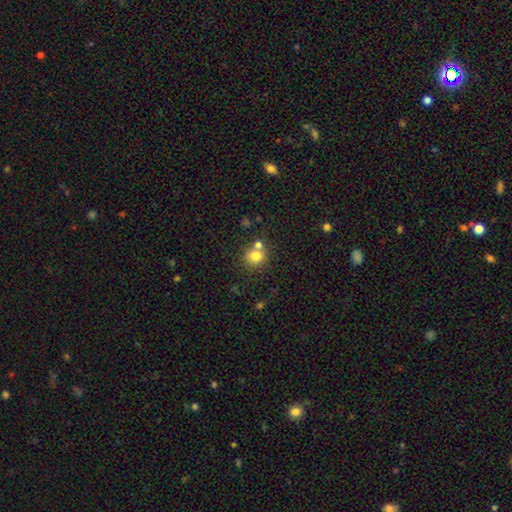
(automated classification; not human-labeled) Q: Smooth or featured?
A: smooth (78%); runner-up: star or artifact (12%)
Q: How rounded?
A: round (83%); runner-up: in between (16%)
Q: Merging?
A: none (58%); runner-up: merger (29%)